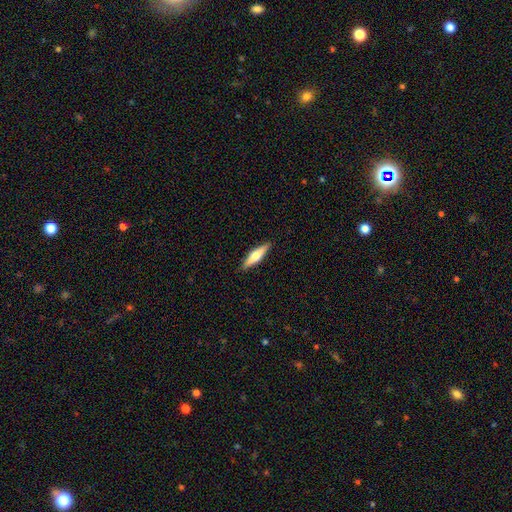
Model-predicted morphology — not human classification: Smooth or featured? featured or disk (50%)
Merging? none (90%)